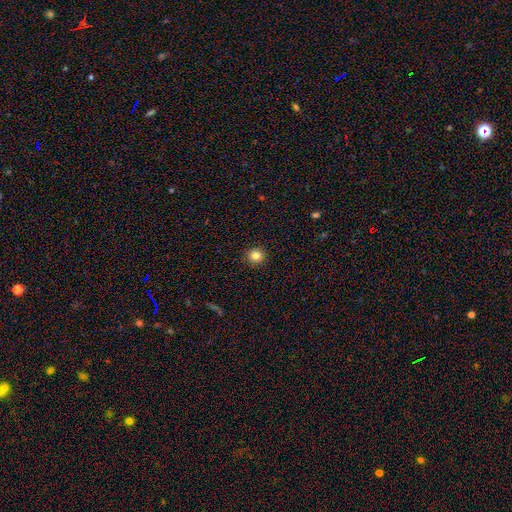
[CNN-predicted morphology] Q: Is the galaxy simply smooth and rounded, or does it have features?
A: smooth — 83%.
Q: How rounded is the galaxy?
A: round — 91%.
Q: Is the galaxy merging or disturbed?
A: none — 93%.